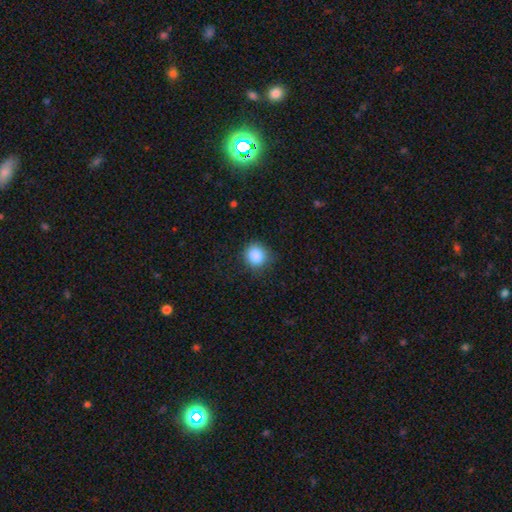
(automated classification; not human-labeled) A smooth galaxy with no disk features (85%) that is round (88%).

Vote fractions:
- Smooth or featured? smooth: 85% / star or artifact: 10% / featured or disk: 5%
- How rounded? round: 88% / in between: 12% / cigar-shaped: 1%
- Merging? none: 79% / minor disturbance: 16% / major disturbance: 4% / merger: 1%